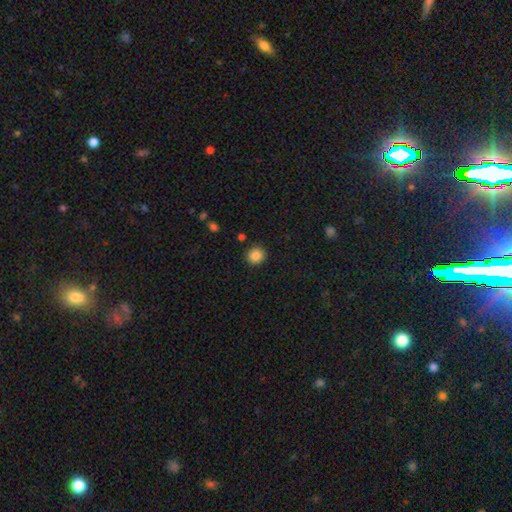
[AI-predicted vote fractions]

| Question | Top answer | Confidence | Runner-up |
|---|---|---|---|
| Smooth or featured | smooth | 86% | star or artifact (10%) |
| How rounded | round | 91% | in between (8%) |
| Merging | none | 90% | minor disturbance (6%) |